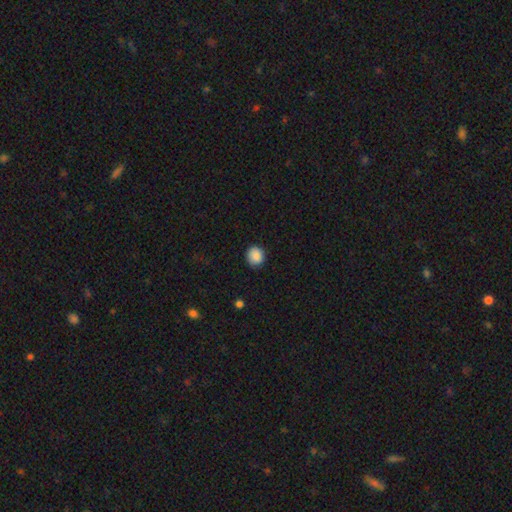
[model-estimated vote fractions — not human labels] smooth-or-featured: smooth: 88% | star or artifact: 8% | featured or disk: 4%
  how-rounded: round: 82% | in between: 17% | cigar-shaped: 1%
  merging: none: 85% | minor disturbance: 12% | major disturbance: 2% | merger: 1%